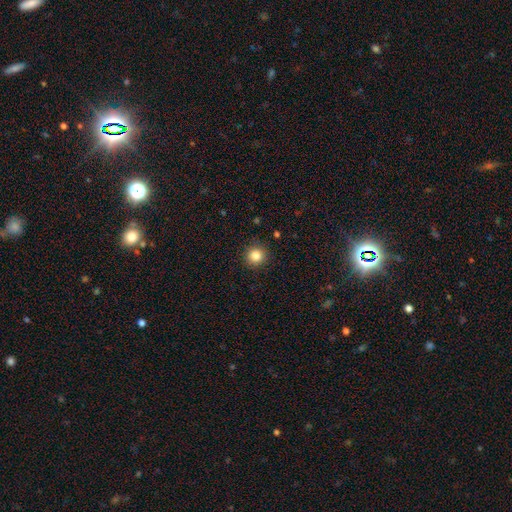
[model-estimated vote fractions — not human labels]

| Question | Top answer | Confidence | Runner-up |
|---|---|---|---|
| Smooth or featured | smooth | 84% | star or artifact (11%) |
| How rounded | round | 94% | in between (5%) |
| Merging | none | 91% | minor disturbance (6%) |